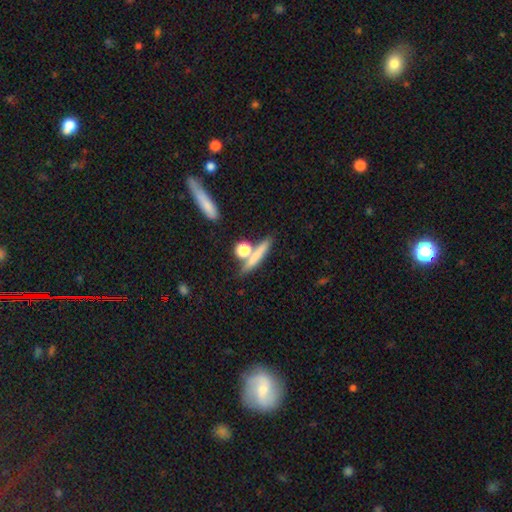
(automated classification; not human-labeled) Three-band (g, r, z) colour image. It shows a smooth galaxy with no disk features (69%) that is cigar-shaped (66%). Merging: none (67%).